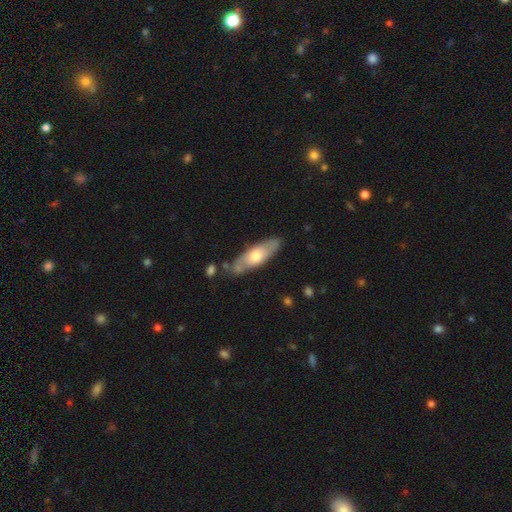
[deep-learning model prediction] Q: Smooth or featured?
A: smooth (51%); runner-up: featured or disk (44%)
Q: How rounded?
A: in between (54%); runner-up: cigar-shaped (44%)
Q: Merging?
A: none (74%); runner-up: minor disturbance (17%)